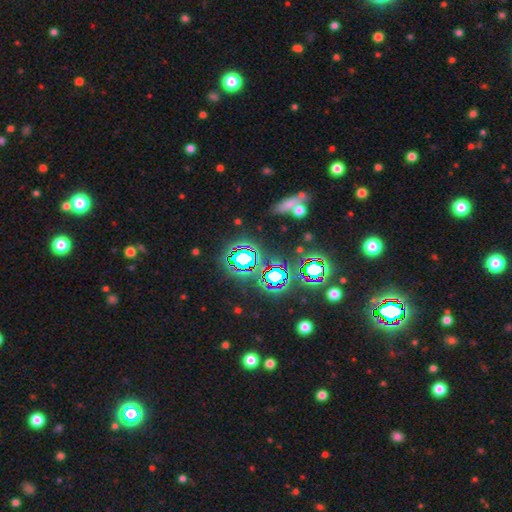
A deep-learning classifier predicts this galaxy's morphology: type=star or artifact (77%).